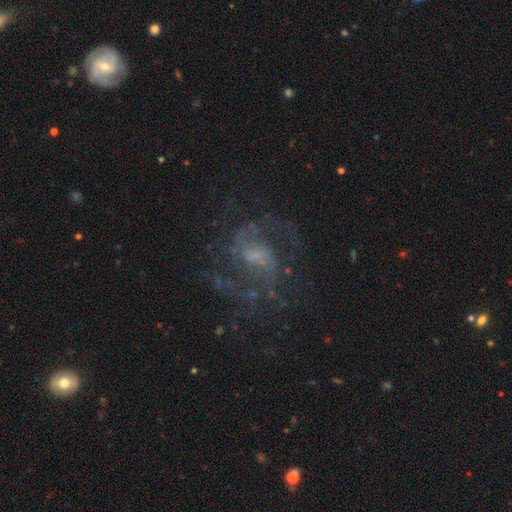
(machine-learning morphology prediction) Smooth or featured? Predicted: featured or disk (p=0.82). Edge-on disk? Predicted: no (p=0.98). Bar? Predicted: weak (p=0.52). Spiral arms? Predicted: yes (p=0.93). Spiral winding? Predicted: medium (p=0.55). Spiral arm count? Predicted: 2 (p=0.60). Bulge size? Predicted: small (p=0.43). Merging? Predicted: none (p=0.67).